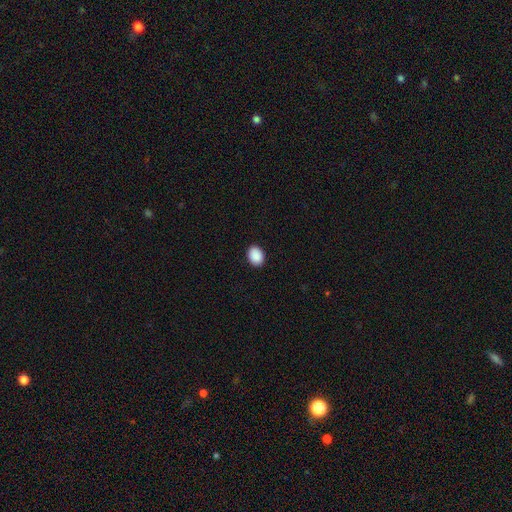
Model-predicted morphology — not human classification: This is clearly a smooth galaxy (91%). How rounded: likely in between (68%). Merging: clearly none (91%).